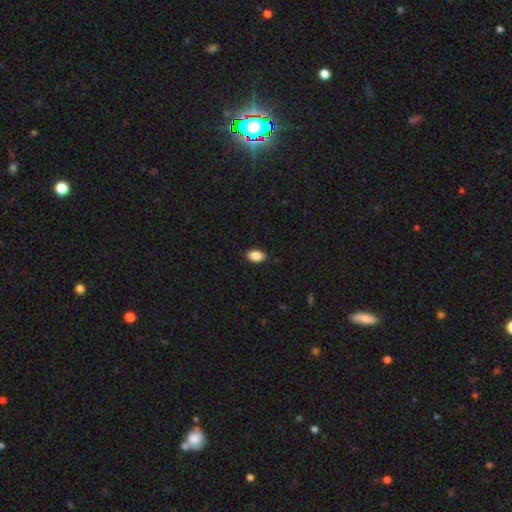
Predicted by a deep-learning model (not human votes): Smooth or featured? Predicted: smooth (p=0.89). How rounded? Predicted: in between (p=0.90). Merging? Predicted: none (p=0.90).